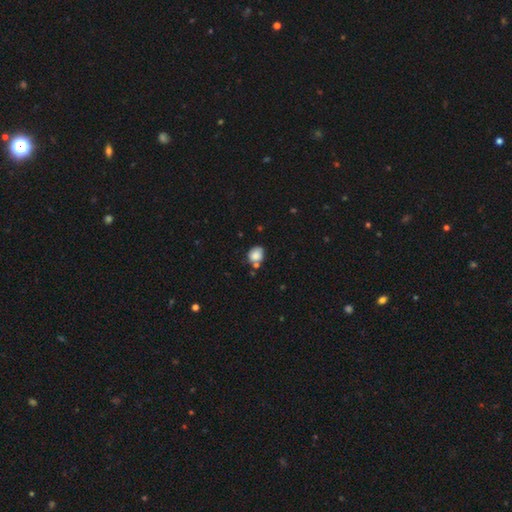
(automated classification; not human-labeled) Morphology: type=smooth (84%); roundness=round (57%); merging=none (59%).